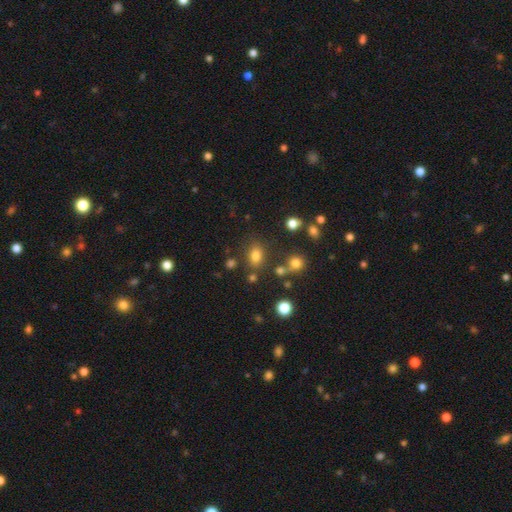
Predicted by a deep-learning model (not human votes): smooth-or-featured: smooth: 77% | star or artifact: 15% | featured or disk: 8%
  how-rounded: in between: 69% | round: 30% | cigar-shaped: 2%
  merging: none: 74% | minor disturbance: 13% | merger: 8% | major disturbance: 5%